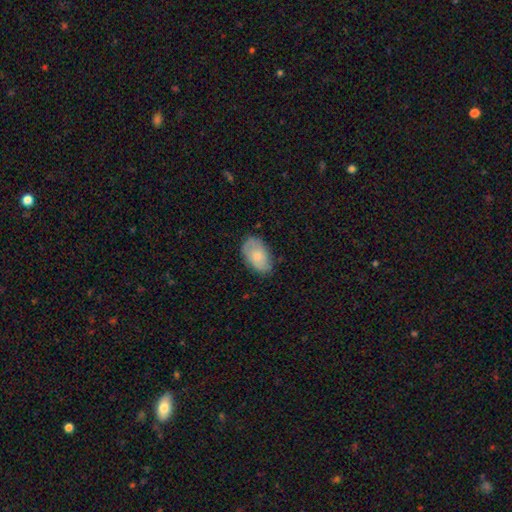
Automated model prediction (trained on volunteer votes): Smooth or featured?
  - smooth: 71% *
  - featured or disk: 23%
  - star or artifact: 7%
How rounded?
  - in between: 92% *
  - round: 6%
  - cigar-shaped: 1%
Merging?
  - none: 74% *
  - minor disturbance: 21%
  - major disturbance: 4%
  - merger: 1%